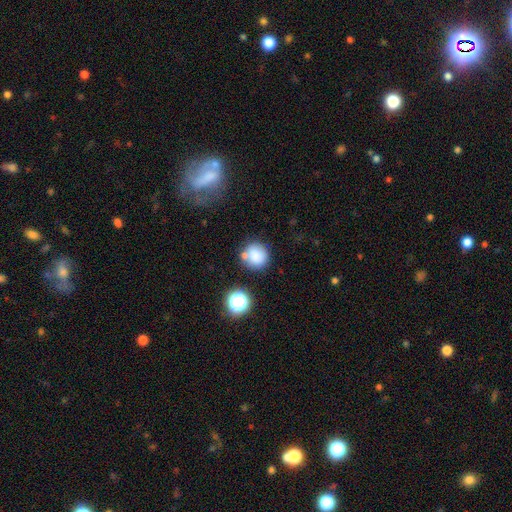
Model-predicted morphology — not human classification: Overall: smooth (80%). How rounded: round (88%). Merging: none (68%).